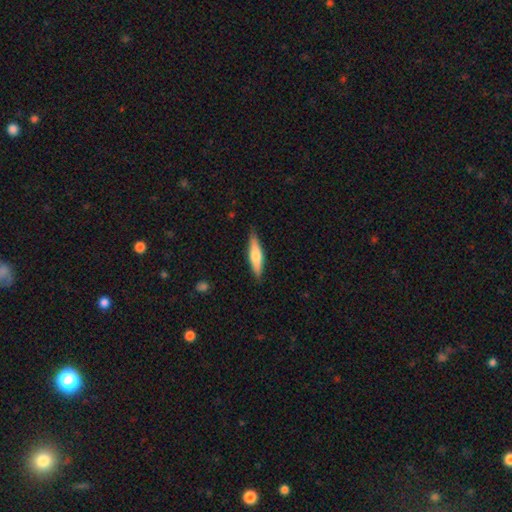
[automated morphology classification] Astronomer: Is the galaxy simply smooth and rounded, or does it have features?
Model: smooth — 61%.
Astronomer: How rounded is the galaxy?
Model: cigar-shaped — 76%.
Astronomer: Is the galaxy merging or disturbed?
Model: none — 86%.